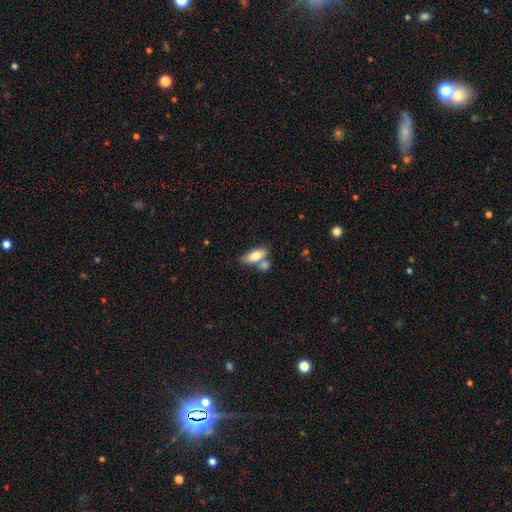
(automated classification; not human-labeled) This appears to be a smooth galaxy with no disk features (73%) that is in between round and cigar-shaped (79%). Merging: none (46%).